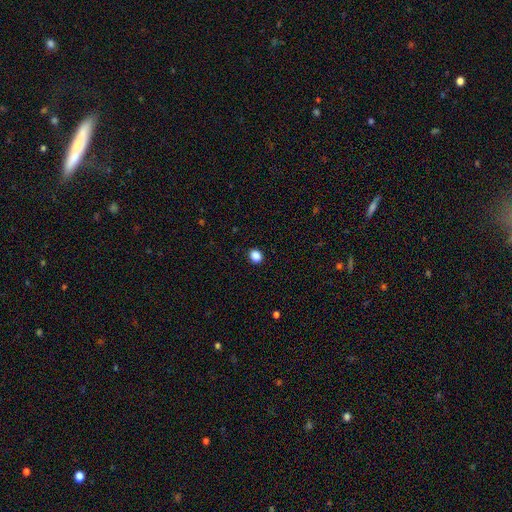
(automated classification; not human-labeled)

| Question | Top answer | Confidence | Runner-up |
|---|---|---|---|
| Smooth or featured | smooth | 87% | star or artifact (10%) |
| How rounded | round | 69% | in between (30%) |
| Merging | none | 92% | minor disturbance (6%) |